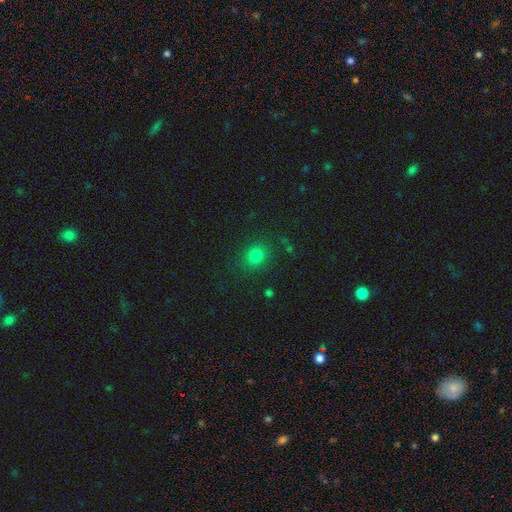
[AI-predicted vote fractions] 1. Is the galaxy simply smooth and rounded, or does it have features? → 81% smooth, 14% star or artifact, 5% featured or disk.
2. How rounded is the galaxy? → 76% round, 23% in between, 1% cigar-shaped.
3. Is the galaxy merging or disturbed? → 84% none, 10% minor disturbance, 4% major disturbance, 2% merger.